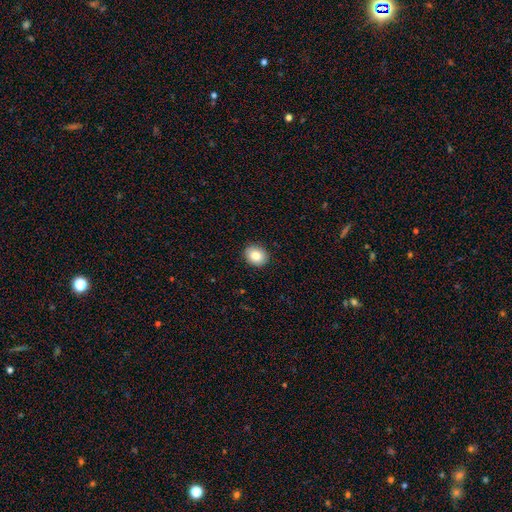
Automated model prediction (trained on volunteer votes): A smooth galaxy with no disk features (84%) that is round (63%).

Vote fractions:
- Smooth or featured? smooth: 84% / star or artifact: 8% / featured or disk: 7%
- How rounded? round: 63% / in between: 36% / cigar-shaped: 1%
- Merging? none: 90% / minor disturbance: 7% / major disturbance: 2% / merger: 1%